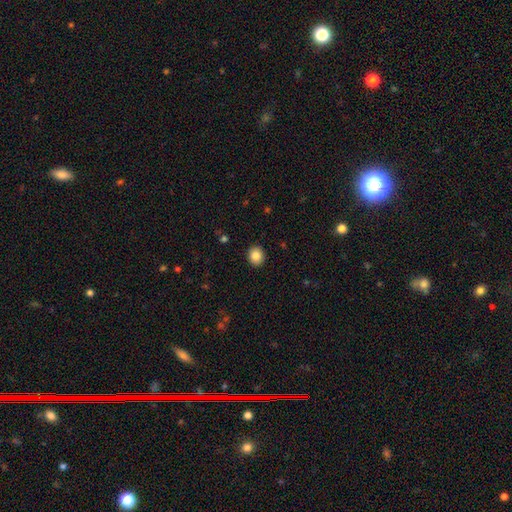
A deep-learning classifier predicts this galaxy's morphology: This appears to be a smooth galaxy with no disk features (86%) that is round (71%). Merging: none (91%).